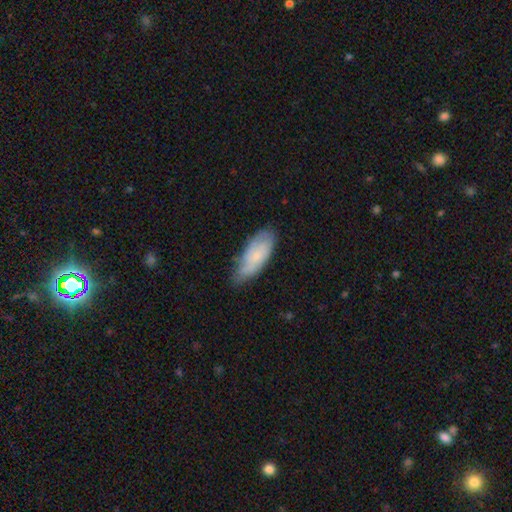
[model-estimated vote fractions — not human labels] Q: Smooth or featured?
A: smooth (61%); runner-up: featured or disk (33%)
Q: How rounded?
A: in between (77%); runner-up: cigar-shaped (21%)
Q: Merging?
A: none (60%); runner-up: minor disturbance (32%)